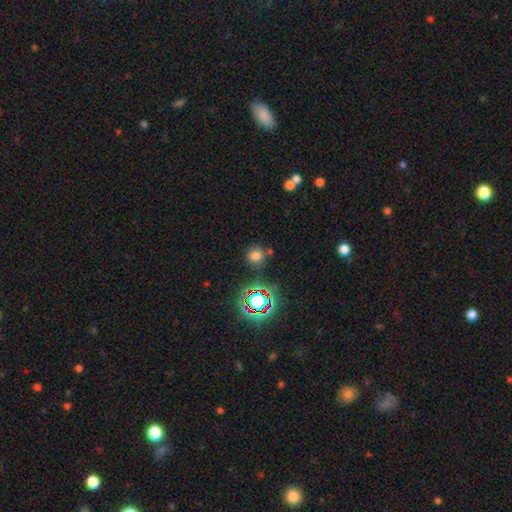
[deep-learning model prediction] smooth_or_featured: smooth (p=0.69) [alt: star or artifact p=0.24]
how_rounded: round (p=0.89) [alt: in between p=0.10]
merging: none (p=0.76) [alt: minor disturbance p=0.11]